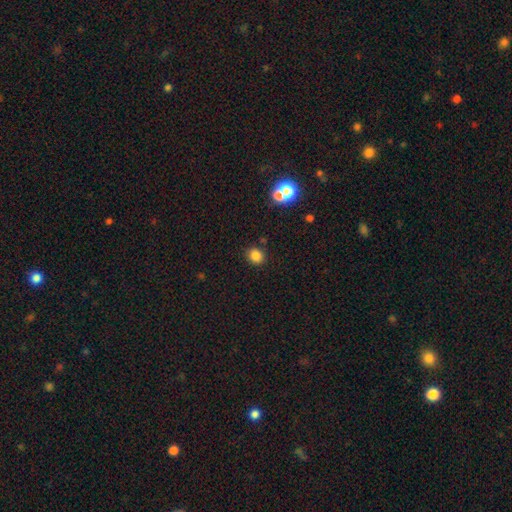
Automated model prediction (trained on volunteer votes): This appears to be a smooth galaxy with no disk features (82%) that is round (71%). Merging: none (85%).